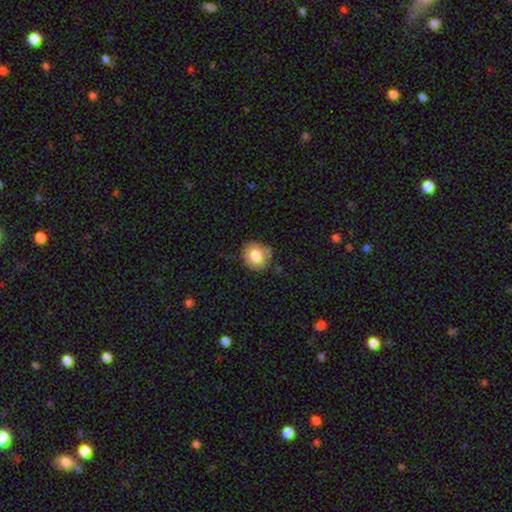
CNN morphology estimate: smooth 79%, featured or disk 12%, star or artifact 9%. Down the decision tree: how rounded — round (77%); merging — none (77%).